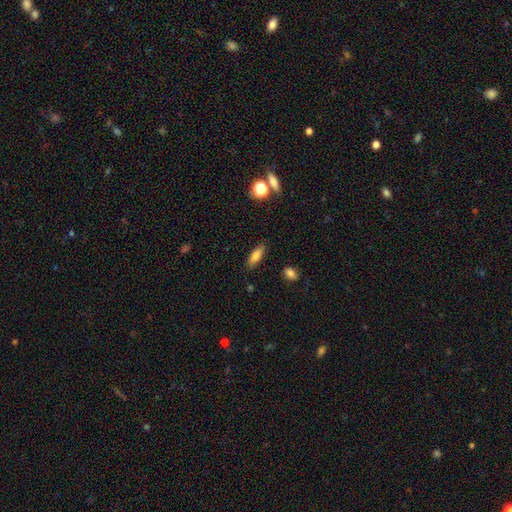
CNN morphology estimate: smooth 78%, featured or disk 13%, star or artifact 9%. Down the decision tree: how rounded — in between (59%); merging — none (85%).